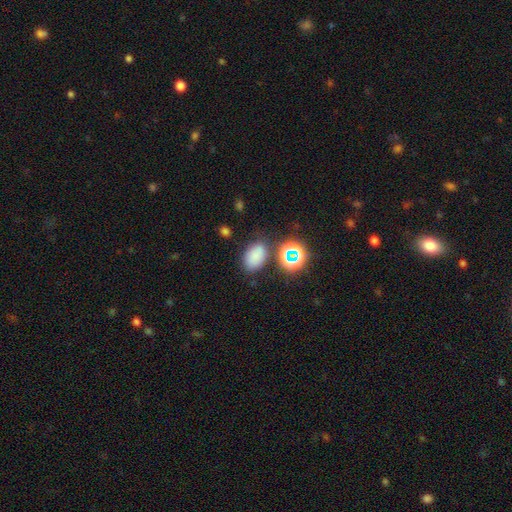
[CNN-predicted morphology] Smooth or featured: smooth — 75% (star or artifact — 19%)
How rounded: in between — 84% (round — 14%)
Merging: none — 77% (minor disturbance — 13%)